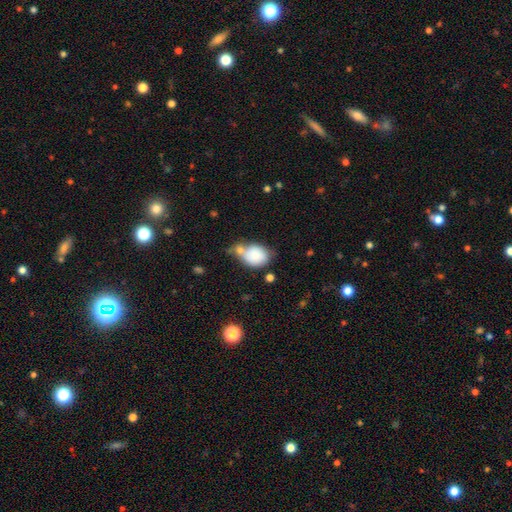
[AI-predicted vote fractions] smooth-or-featured: smooth: 82% | featured or disk: 10% | star or artifact: 8%
  how-rounded: in between: 61% | round: 38% | cigar-shaped: 1%
  merging: none: 36% | merger: 34% | minor disturbance: 21% | major disturbance: 9%